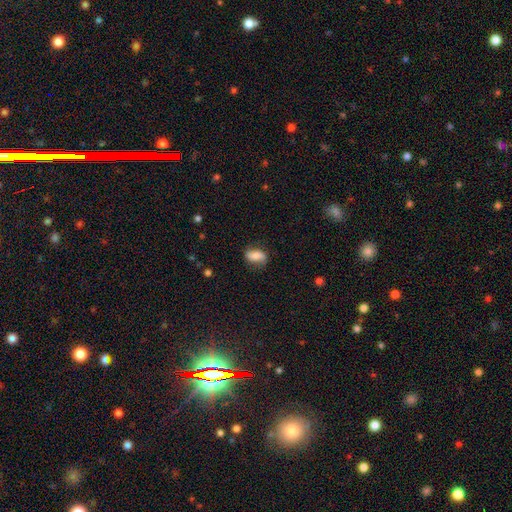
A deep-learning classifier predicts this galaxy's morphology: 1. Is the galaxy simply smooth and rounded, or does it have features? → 61% smooth, 31% featured or disk, 8% star or artifact.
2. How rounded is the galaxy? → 85% in between, 9% round, 5% cigar-shaped.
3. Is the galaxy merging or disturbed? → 73% none, 20% minor disturbance, 6% major disturbance, 1% merger.